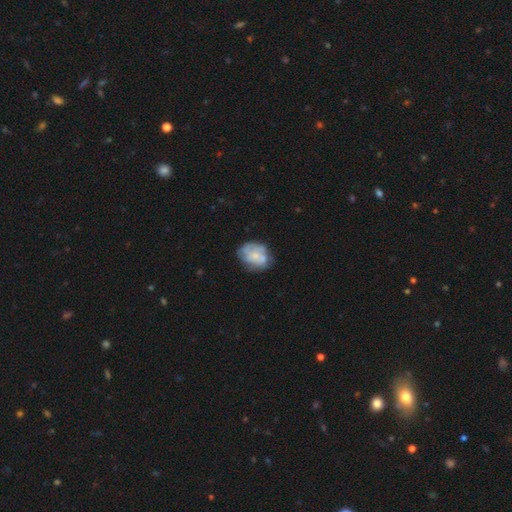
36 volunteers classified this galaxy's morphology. smooth-or-featured: smooth: 53% | featured or disk: 42% | star or artifact: 6%
  how-rounded: round: 58% | in between: 42% | cigar-shaped: 0%
  merging: none: 59% | minor disturbance: 29% | major disturbance: 6% | merger: 6%